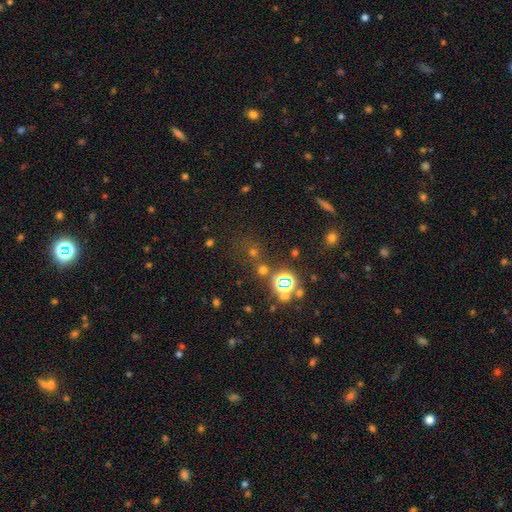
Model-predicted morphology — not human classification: Q: Smooth or featured?
A: star or artifact (56%); runner-up: smooth (36%)